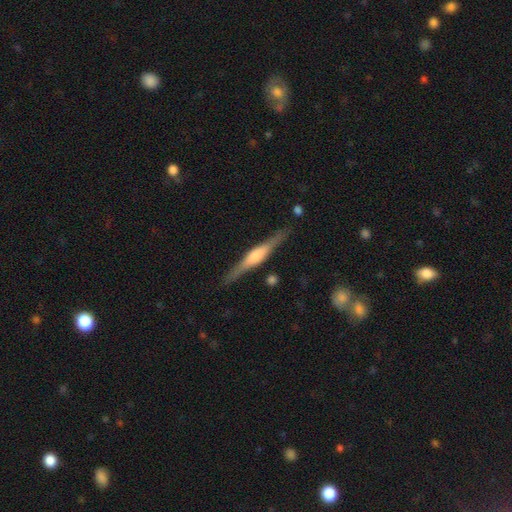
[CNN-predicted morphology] type=featured or disk (75%); edge-on=yes (98%); edge-on bulge=rounded (66%); merging=none (87%).